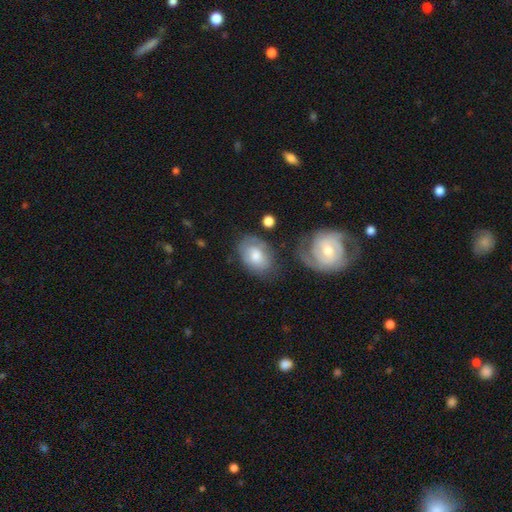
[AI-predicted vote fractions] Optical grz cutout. It shows a smooth galaxy with no disk features (65%) that is in between round and cigar-shaped (84%). Merging: none (57%).